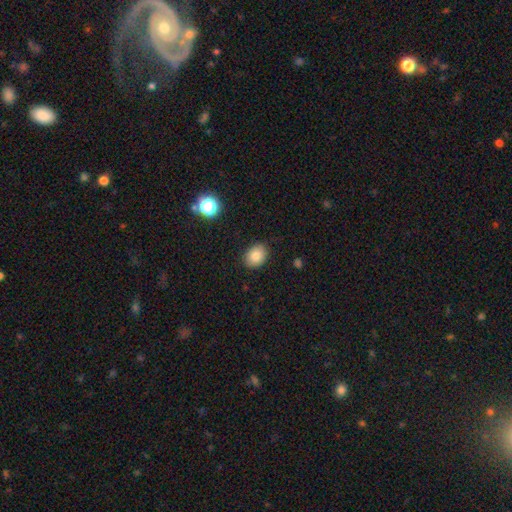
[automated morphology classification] smooth_or_featured: smooth (p=0.83) [alt: star or artifact p=0.10]
how_rounded: in between (p=0.60) [alt: round p=0.40]
merging: none (p=0.86) [alt: minor disturbance p=0.10]